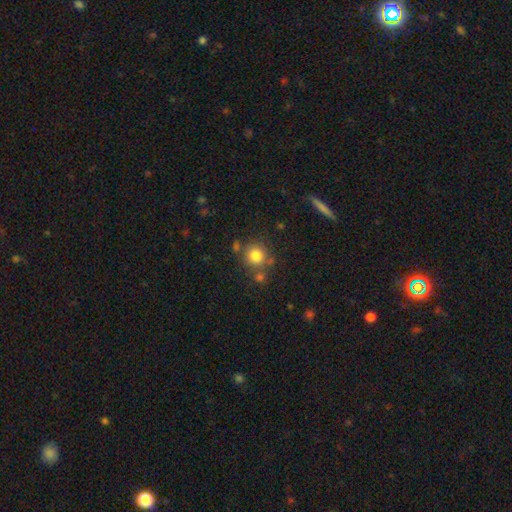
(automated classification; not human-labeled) This appears to be a smooth galaxy with no disk features (81%) that is round (91%). Merging: none (74%).